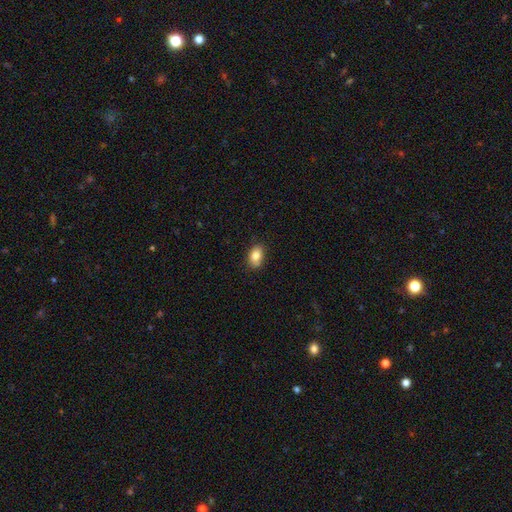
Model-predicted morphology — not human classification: A smooth galaxy with no disk features (84%) that is in between round and cigar-shaped (83%).

Vote fractions:
- Smooth or featured? smooth: 84% / star or artifact: 8% / featured or disk: 8%
- How rounded? in between: 83% / round: 15% / cigar-shaped: 1%
- Merging? none: 81% / minor disturbance: 15% / major disturbance: 3% / merger: 1%